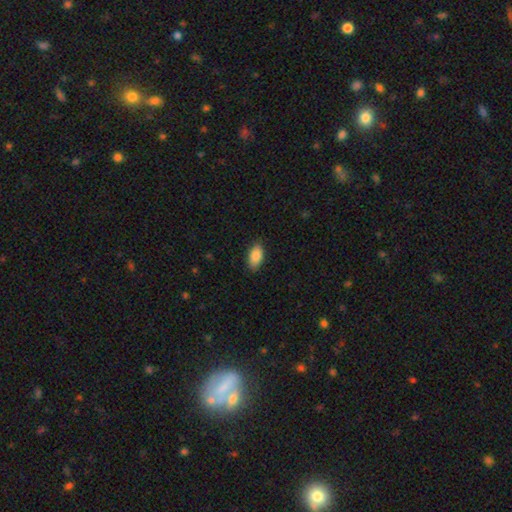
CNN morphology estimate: Smooth or featured? smooth (87%)
How rounded? in between (92%)
Merging? none (87%)